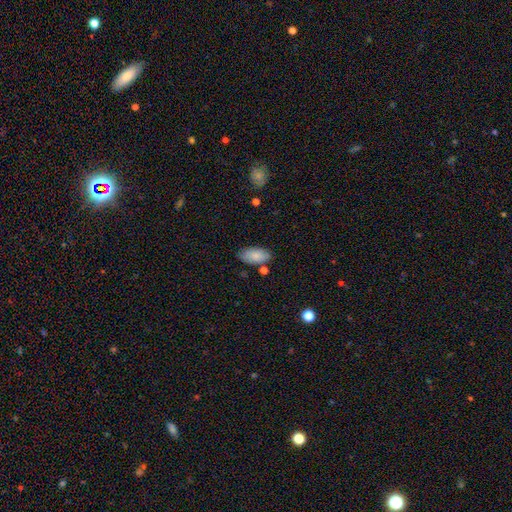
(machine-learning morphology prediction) Smooth or featured?
  - smooth: 85% *
  - featured or disk: 9%
  - star or artifact: 7%
How rounded?
  - in between: 94% *
  - cigar-shaped: 3%
  - round: 3%
Merging?
  - none: 77% *
  - minor disturbance: 15%
  - merger: 5%
  - major disturbance: 3%